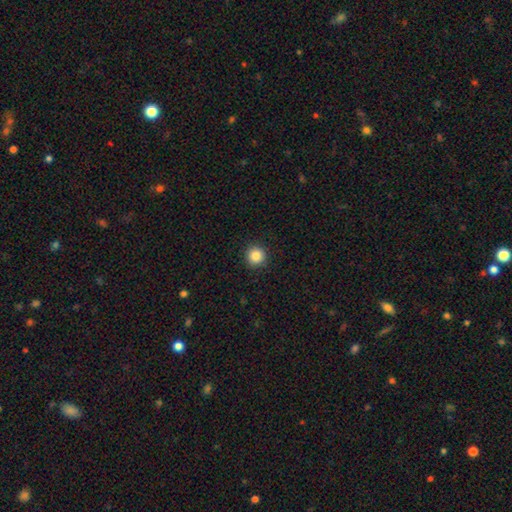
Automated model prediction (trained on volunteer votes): Morphology: type=smooth (86%); roundness=round (95%); merging=none (92%).